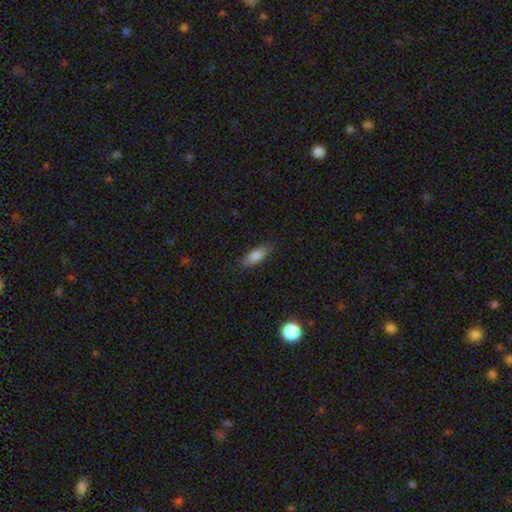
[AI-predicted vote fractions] A smooth galaxy with no disk features (81%) that is in between round and cigar-shaped (63%).

Vote fractions:
- Smooth or featured? smooth: 81% / featured or disk: 11% / star or artifact: 8%
- How rounded? in between: 63% / cigar-shaped: 35% / round: 2%
- Merging? none: 84% / minor disturbance: 12% / major disturbance: 3% / merger: 1%